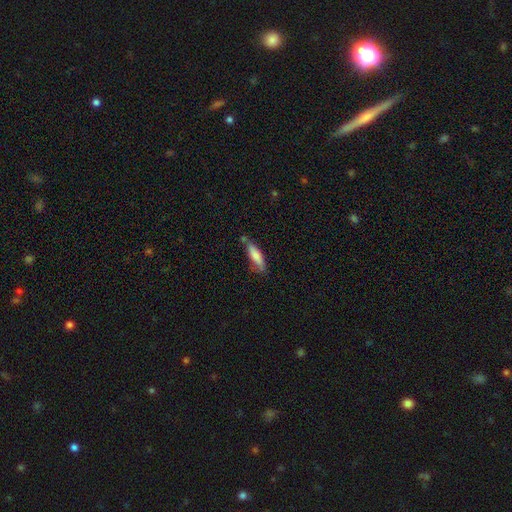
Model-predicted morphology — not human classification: A smooth galaxy with no disk features (78%) that is cigar-shaped (59%). Merging: none (59%).